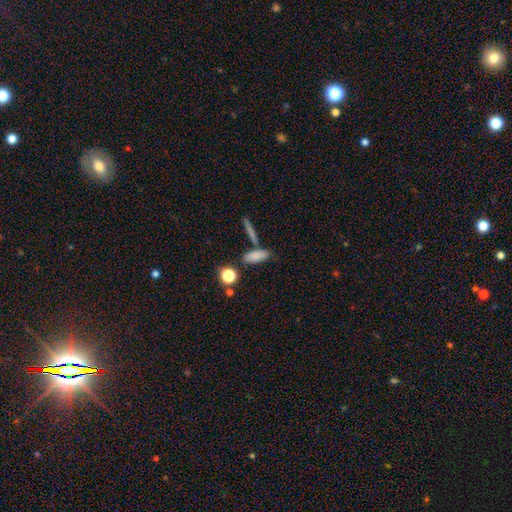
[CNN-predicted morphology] This is clearly a smooth galaxy (81%). How rounded: likely in between (65%). Merging: likely none (66%).